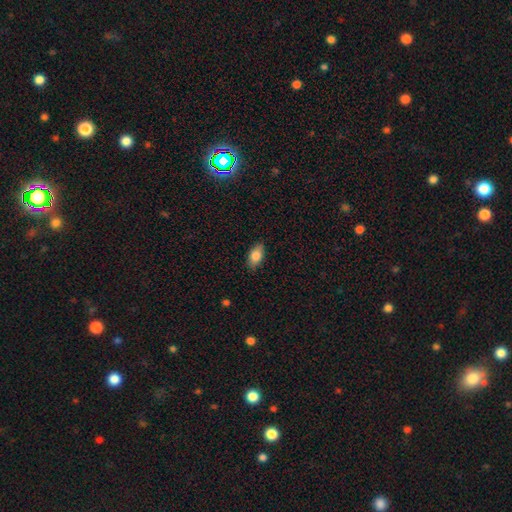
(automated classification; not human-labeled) The model was most divided on "smooth or featured": smooth: 82%, featured or disk: 11%, star or artifact: 7%. More confident: how rounded — in between (90%); merging — none (85%).